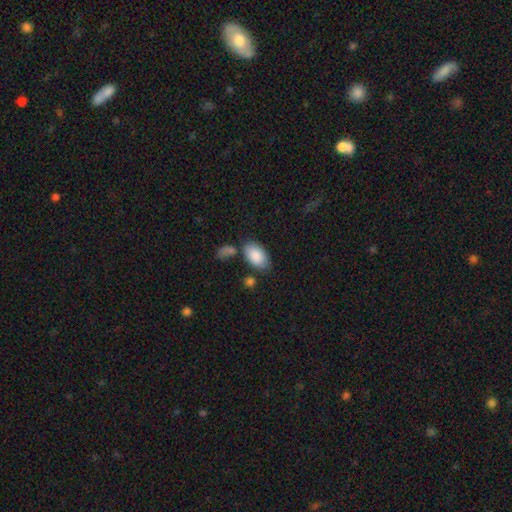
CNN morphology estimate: Smooth or featured: smooth — 87% (featured or disk — 7%)
How rounded: in between — 95% (round — 4%)
Merging: none — 68% (minor disturbance — 16%)